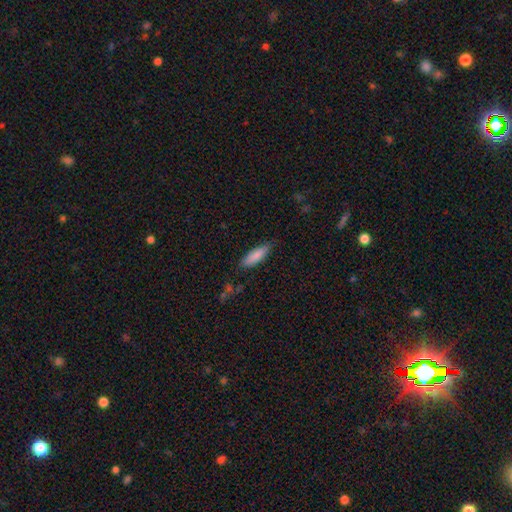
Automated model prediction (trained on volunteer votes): The model was most divided on "how rounded": cigar-shaped: 50%, in between: 49%, round: 1%. More confident: smooth or featured — smooth (85%); merging — none (80%).